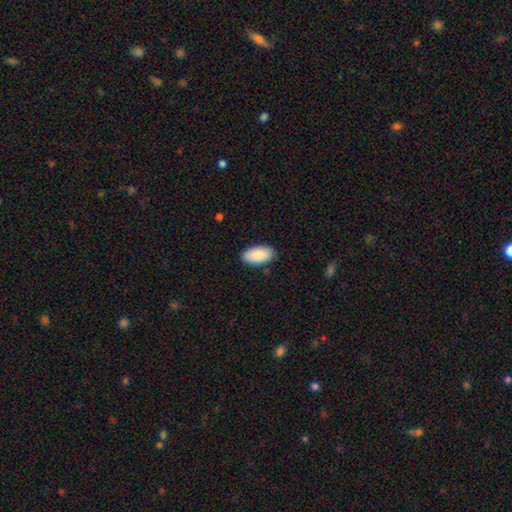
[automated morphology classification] Overall: smooth (90%). How rounded: in between (95%). Merging: none (87%).